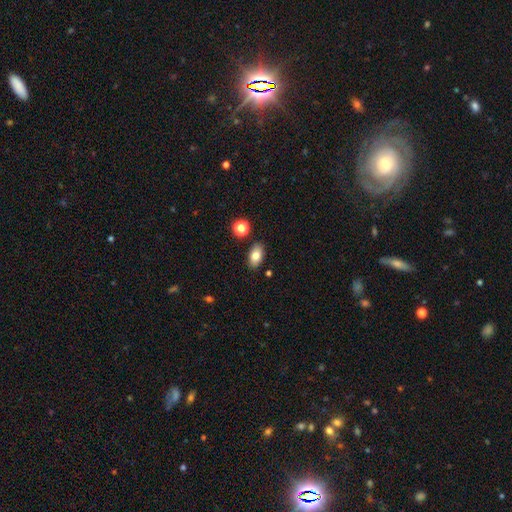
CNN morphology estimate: This is likely a smooth galaxy (80%). How rounded: clearly in between (89%). Merging: clearly none (85%).